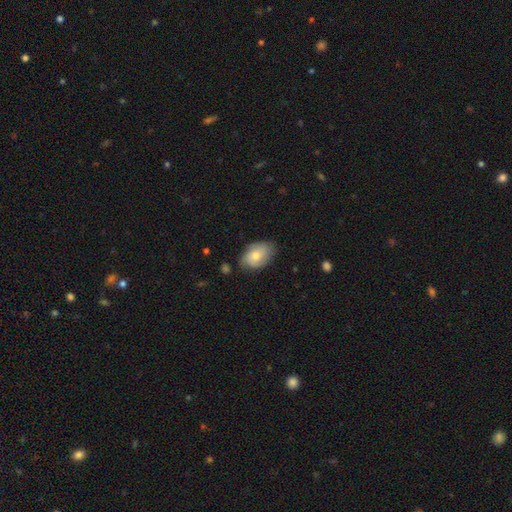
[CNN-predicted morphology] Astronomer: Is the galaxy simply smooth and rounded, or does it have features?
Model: smooth — 68%.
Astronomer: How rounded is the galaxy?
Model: in between — 87%.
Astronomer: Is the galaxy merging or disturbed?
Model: none — 66%.